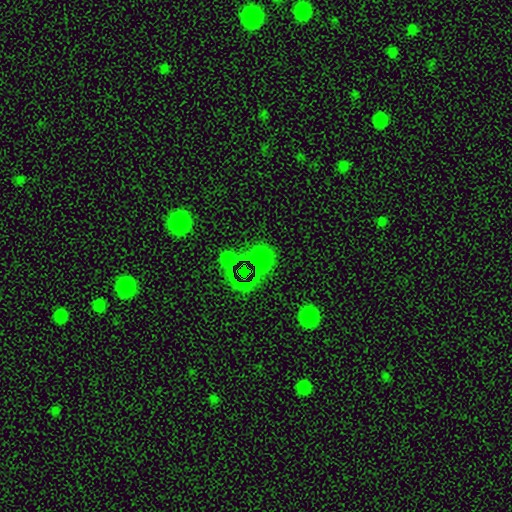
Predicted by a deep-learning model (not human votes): Morphology: type=smooth (59%); roundness=round (85%); merging=none (71%).